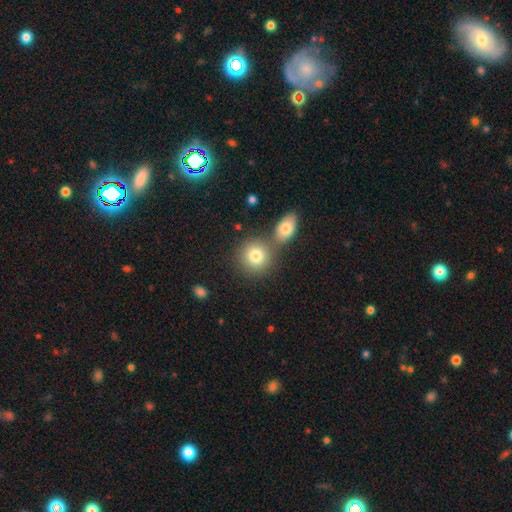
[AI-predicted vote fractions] Morphology: type=smooth (79%); roundness=round (85%); merging=none (59%).